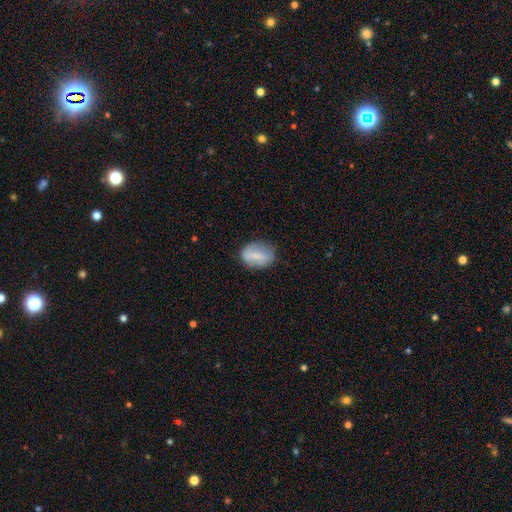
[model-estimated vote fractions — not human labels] The model was most divided on "smooth or featured": smooth: 66%, featured or disk: 27%, star or artifact: 7%. More confident: how rounded — in between (77%); merging — none (76%).